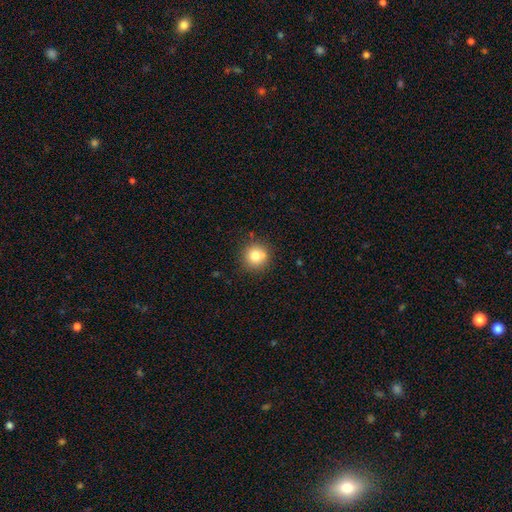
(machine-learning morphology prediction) Smooth or featured: smooth — 80% (star or artifact — 11%)
How rounded: round — 92% (in between — 7%)
Merging: none — 82% (minor disturbance — 11%)